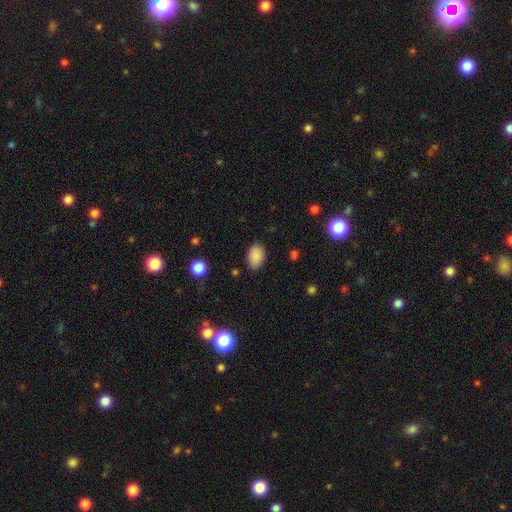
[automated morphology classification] This is clearly a smooth galaxy (88%). How rounded: clearly in between (84%). Merging: clearly none (83%).